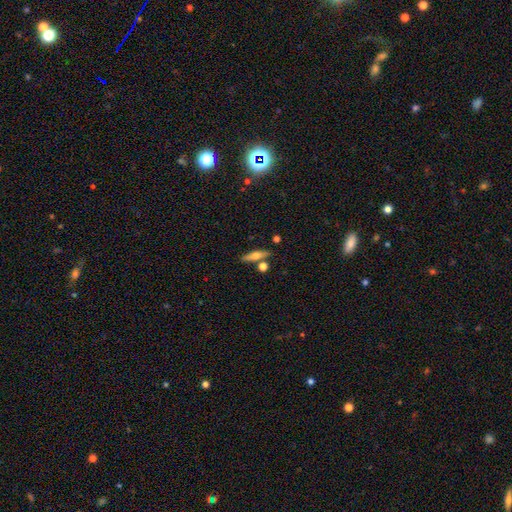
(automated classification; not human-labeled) Smooth or featured?
  - smooth: 49% *
  - featured or disk: 44%
  - star or artifact: 8%
Merging?
  - none: 76% *
  - merger: 11%
  - minor disturbance: 10%
  - major disturbance: 3%